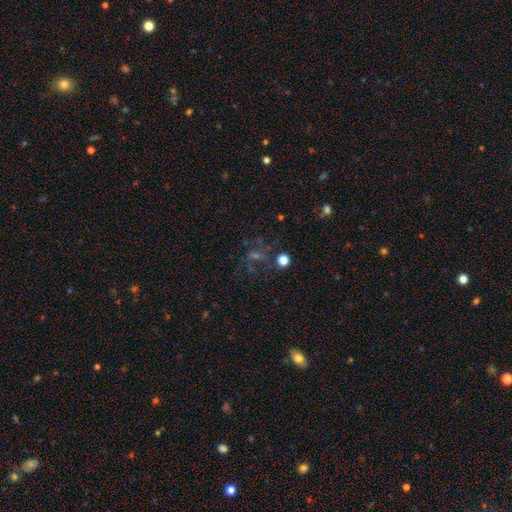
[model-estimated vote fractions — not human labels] Q: Smooth or featured?
A: featured or disk (40%); runner-up: star or artifact (39%)
Q: Merging?
A: none (60%); runner-up: major disturbance (18%)